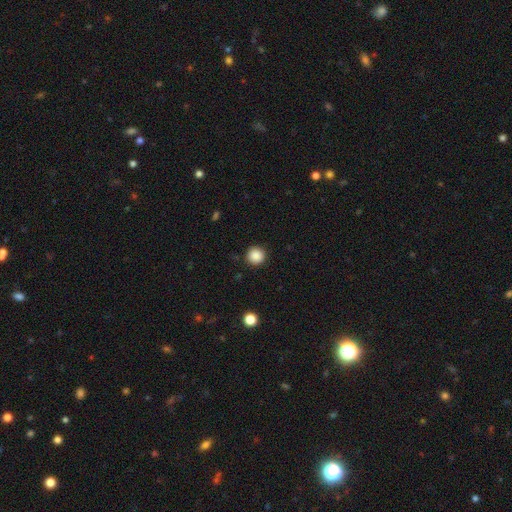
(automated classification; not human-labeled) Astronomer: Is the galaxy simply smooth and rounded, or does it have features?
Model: smooth — 88%.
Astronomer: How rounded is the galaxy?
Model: round — 95%.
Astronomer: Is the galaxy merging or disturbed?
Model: none — 91%.